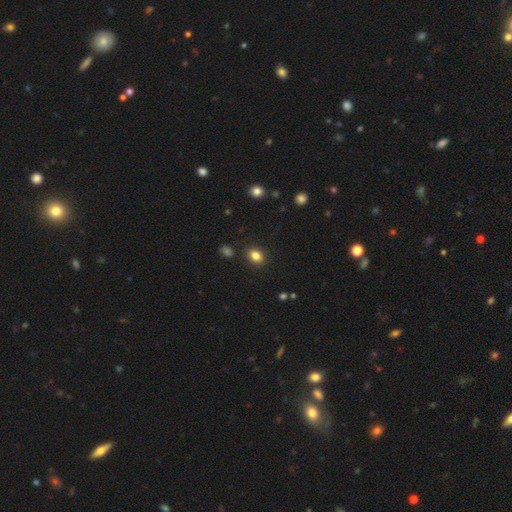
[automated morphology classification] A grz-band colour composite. It shows a smooth galaxy with no disk features (83%) that is in between round and cigar-shaped (65%). Merging: none (87%).